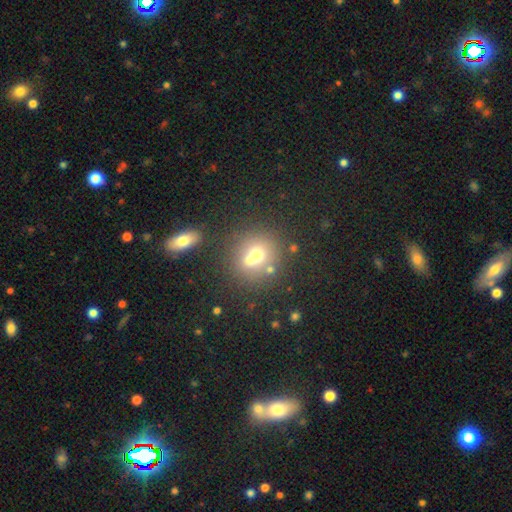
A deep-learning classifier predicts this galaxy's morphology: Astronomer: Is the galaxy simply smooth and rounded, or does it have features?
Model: smooth — 64%.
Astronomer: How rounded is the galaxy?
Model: round — 80%.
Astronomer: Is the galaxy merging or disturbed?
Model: none — 50% (runner-up: merger, 35%).